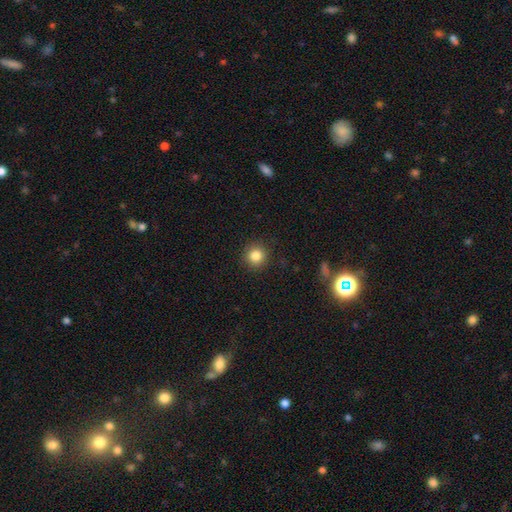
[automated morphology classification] Smooth or featured? smooth (84%)
How rounded? round (94%)
Merging? none (91%)